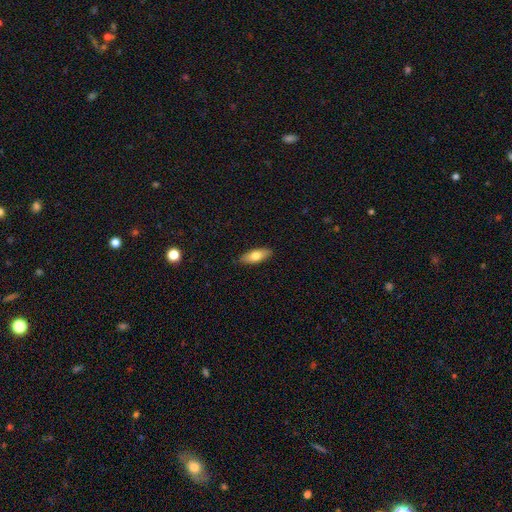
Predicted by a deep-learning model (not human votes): Smooth or featured?
  - smooth: 73% *
  - featured or disk: 21%
  - star or artifact: 6%
How rounded?
  - in between: 73% *
  - cigar-shaped: 24%
  - round: 2%
Merging?
  - none: 88% *
  - minor disturbance: 9%
  - major disturbance: 2%
  - merger: 1%